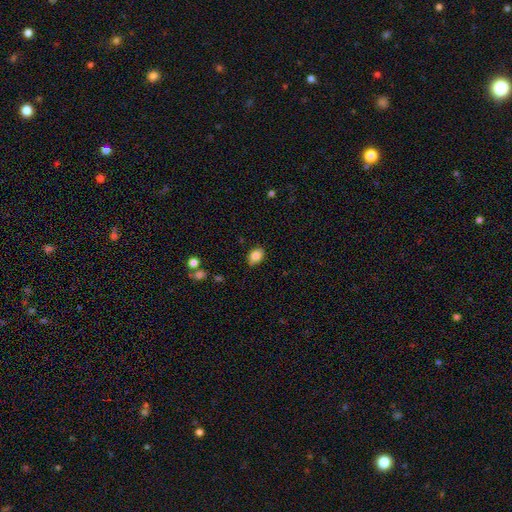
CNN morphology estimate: Smooth or featured? smooth (85%)
How rounded? in between (78%)
Merging? none (83%)